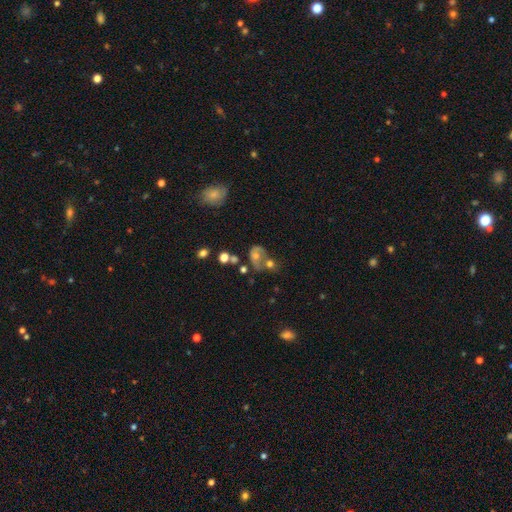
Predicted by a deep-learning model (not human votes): Overall: featured or disk (45%; smooth 38%). Merging: merger (33%; none 30%).